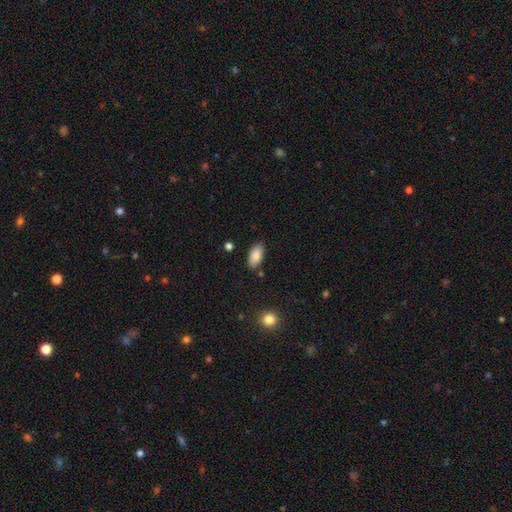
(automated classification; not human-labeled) A smooth galaxy with no disk features (87%) that is in between round and cigar-shaped (91%).

Vote fractions:
- Smooth or featured? smooth: 87% / star or artifact: 7% / featured or disk: 6%
- How rounded? in between: 91% / cigar-shaped: 6% / round: 3%
- Merging? none: 82% / minor disturbance: 12% / merger: 3% / major disturbance: 3%